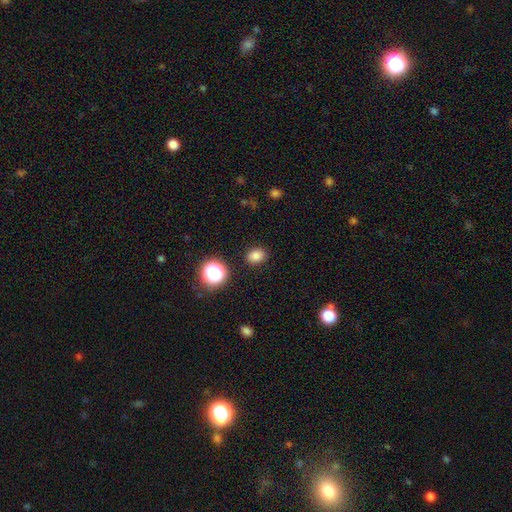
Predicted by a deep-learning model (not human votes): smooth 82%, star or artifact 14%, featured or disk 5%. Down the decision tree: how rounded — in between (56%); merging — none (87%).